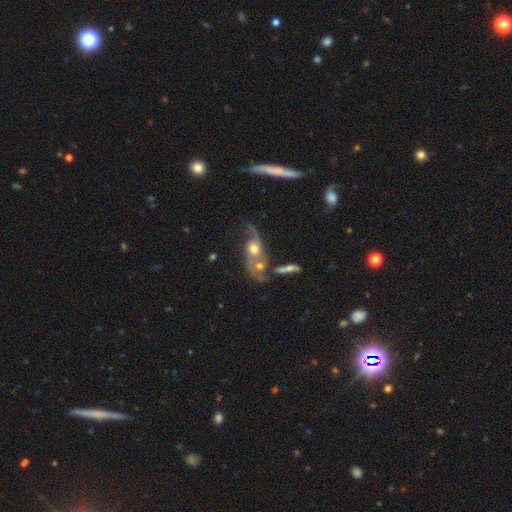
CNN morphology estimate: This appears to be a featured or disk galaxy (66%) with no bar (77%), spiral arms (76%) and a moderate central bulge (67%). Merging: none (46%).